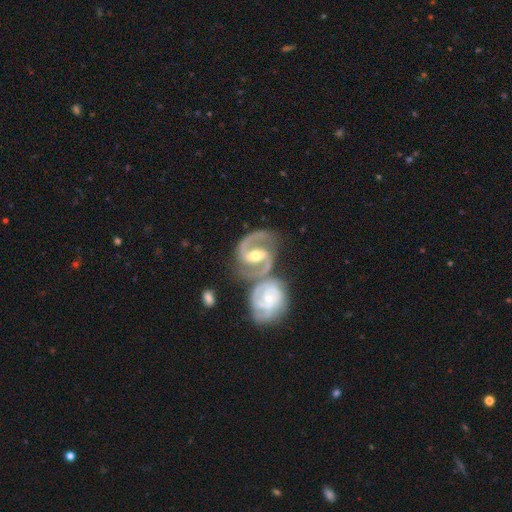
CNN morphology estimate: A featured or disk galaxy (90%) with a strong bar (46%), 2 (90%) medium (59%) spiral arms (98%) and a moderate central bulge (61%).

Vote fractions:
- Smooth or featured? featured or disk: 90% / smooth: 5% / star or artifact: 5%
- Edge-on disk? no: 97% / yes: 3%
- Bar? strong: 46% / weak: 36% / no: 17%
- Spiral arms? yes: 98% / no: 2%
- Spiral winding? medium: 59% / tight: 30% / loose: 11%
- Spiral arm count? 2: 90% / can't tell: 3% / 3: 3% / 1: 2% / 4: 1% / more than 4: 1%
- Bulge size? moderate: 61% / small: 34% / large: 3% / none: 1% / dominant: 1%
- Merging? merger: 43% / none: 40% / minor disturbance: 11% / major disturbance: 6%